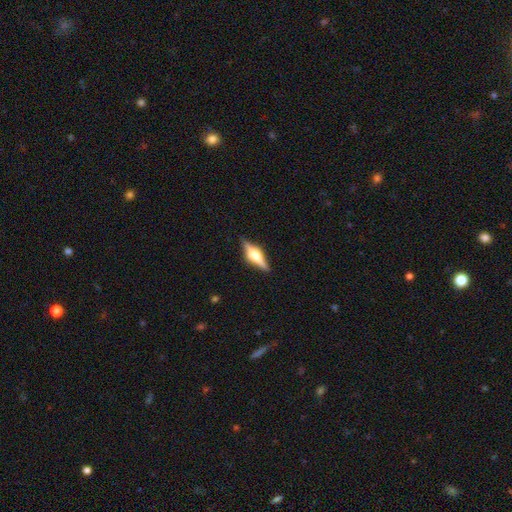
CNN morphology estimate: A featured or disk galaxy (72%) viewed edge-on (97%) with a rounded central bulge (89%).

Vote fractions:
- Smooth or featured? featured or disk: 72% / smooth: 22% / star or artifact: 7%
- Edge-on disk? yes: 97% / no: 3%
- Edge-on bulge? rounded: 89% / boxy: 9% / none: 2%
- Merging? none: 87% / minor disturbance: 10% / major disturbance: 2% / merger: 1%